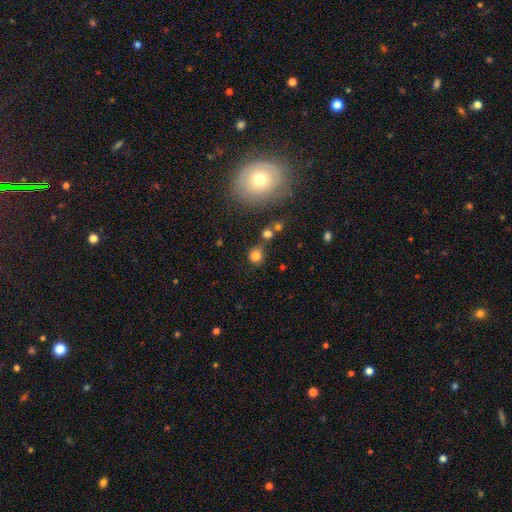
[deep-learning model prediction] The model was most divided on "merging": none: 71%, merger: 13%, minor disturbance: 11%, major disturbance: 5%. More confident: how rounded — round (88%); smooth or featured — smooth (79%).